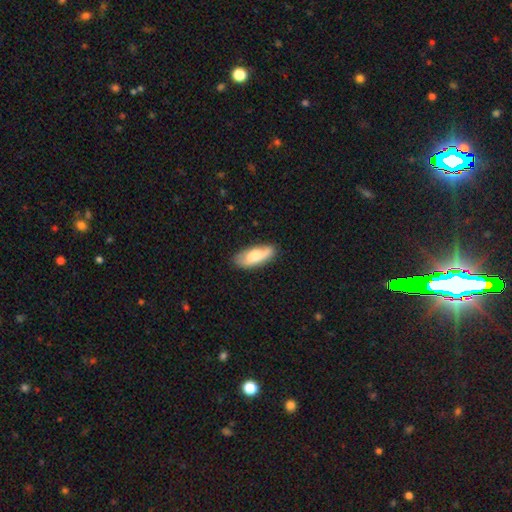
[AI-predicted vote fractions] smooth 70%, featured or disk 24%, star or artifact 6%. Down the decision tree: how rounded — in between (75%); merging — none (74%).